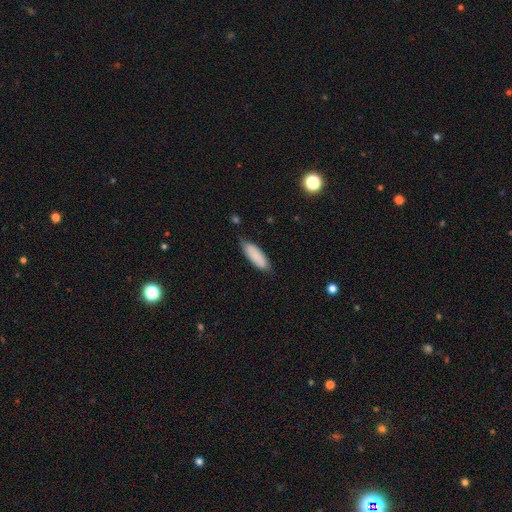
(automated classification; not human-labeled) Smooth or featured?
  - smooth: 86% *
  - featured or disk: 8%
  - star or artifact: 6%
How rounded?
  - in between: 61% *
  - cigar-shaped: 38%
  - round: 2%
Merging?
  - none: 75% *
  - minor disturbance: 20%
  - major disturbance: 3%
  - merger: 2%